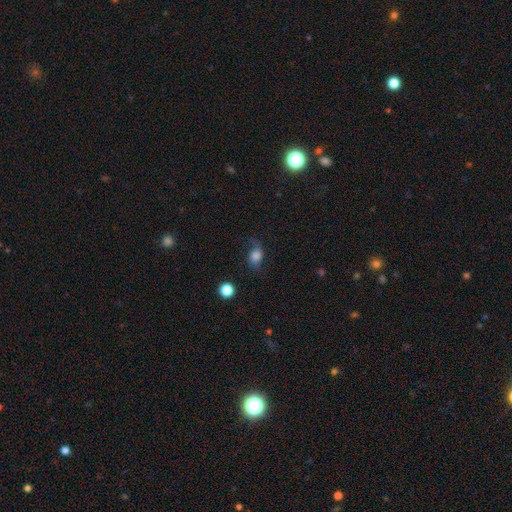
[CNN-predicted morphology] Smooth or featured? smooth (60%)
How rounded? in between (55%)
Merging? none (55%)